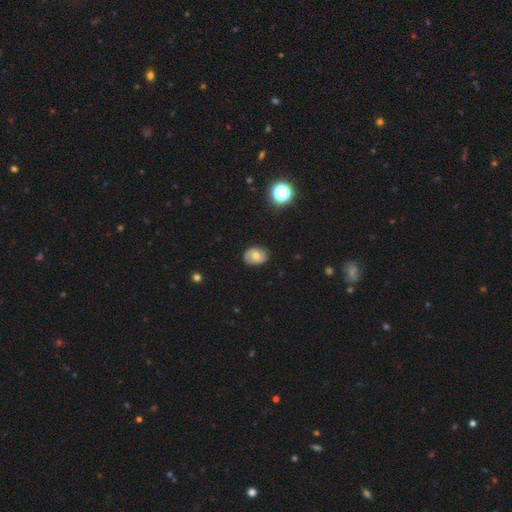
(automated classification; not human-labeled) Smooth or featured? Predicted: smooth (p=0.62). How rounded? Predicted: in between (p=0.61). Merging? Predicted: none (p=0.84).